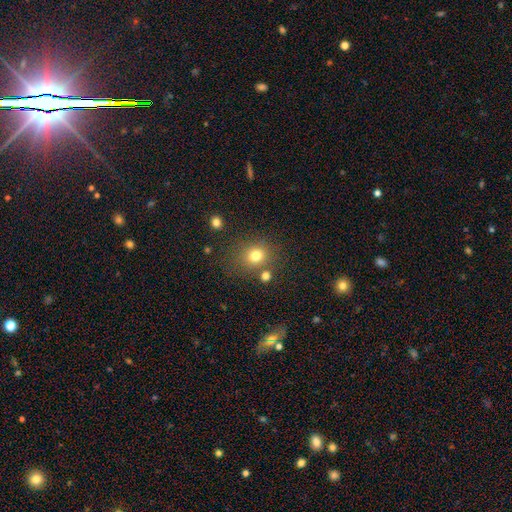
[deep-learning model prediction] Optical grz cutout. It shows a smooth galaxy with no disk features (76%) that is round (75%). Merging: none (73%).